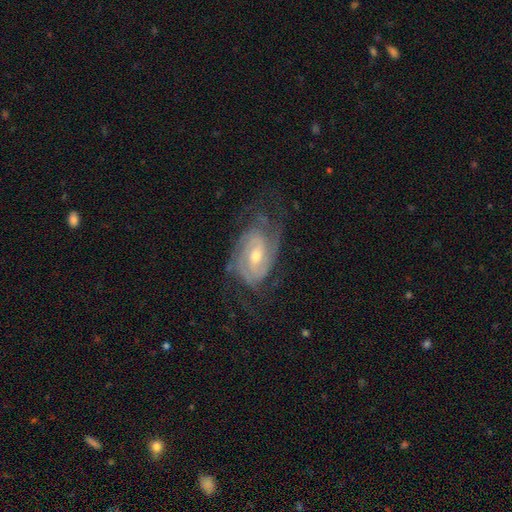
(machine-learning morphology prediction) This appears to be a featured or disk galaxy (87%) with a weak bar (46%), 2 (39%) tight (56%) spiral arms (95%) and a moderate central bulge (54%). Merging: none (64%).